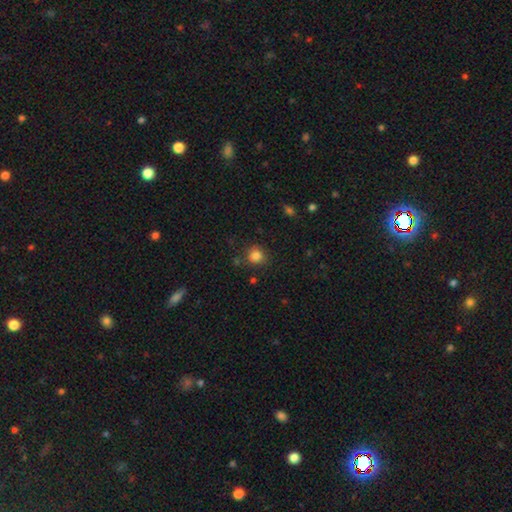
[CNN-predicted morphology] Smooth or featured? Predicted: smooth (p=0.83). How rounded? Predicted: round (p=0.89). Merging? Predicted: none (p=0.82).